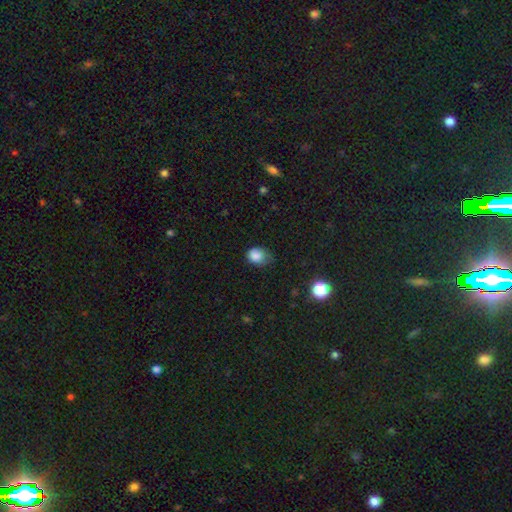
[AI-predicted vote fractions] Smooth or featured? smooth (85%)
How rounded? round (50%)
Merging? none (46%)